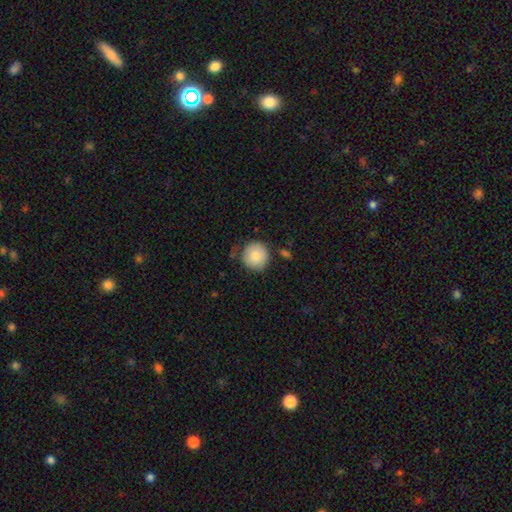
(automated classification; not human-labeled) A smooth galaxy with no disk features (86%) that is round (94%). Merging: none (79%).